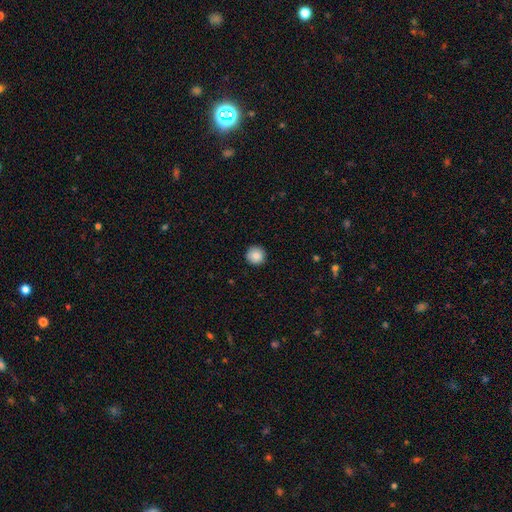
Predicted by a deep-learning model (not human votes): smooth-or-featured: smooth: 87% | star or artifact: 8% | featured or disk: 4%
  how-rounded: round: 96% | in between: 3% | cigar-shaped: 1%
  merging: none: 92% | minor disturbance: 6% | major disturbance: 2% | merger: 1%